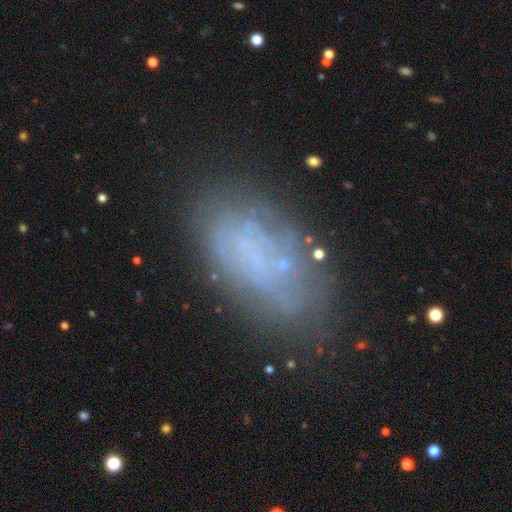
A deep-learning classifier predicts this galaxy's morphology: Smooth or featured? smooth (46%)
Merging? none (61%)